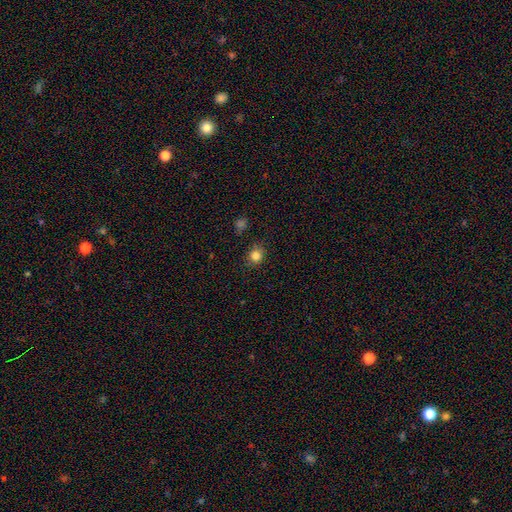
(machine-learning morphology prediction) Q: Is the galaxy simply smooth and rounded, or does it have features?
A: smooth — 83%.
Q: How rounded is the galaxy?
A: round — 79%.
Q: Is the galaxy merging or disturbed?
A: none — 84%.